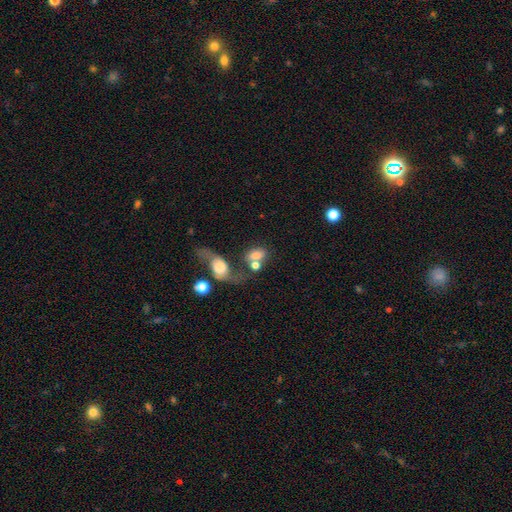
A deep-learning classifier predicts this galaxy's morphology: Smooth or featured? smooth (68%)
How rounded? in between (76%)
Merging? merger (40%)